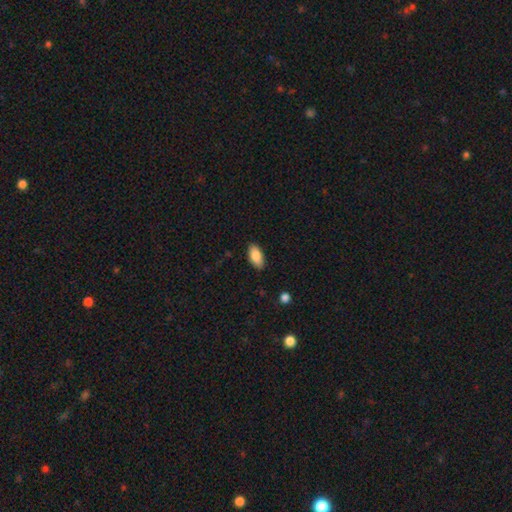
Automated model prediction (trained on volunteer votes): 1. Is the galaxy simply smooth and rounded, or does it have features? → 87% smooth, 7% featured or disk, 7% star or artifact.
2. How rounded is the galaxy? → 92% in between, 6% cigar-shaped, 3% round.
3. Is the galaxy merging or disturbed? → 86% none, 10% minor disturbance, 2% major disturbance, 1% merger.